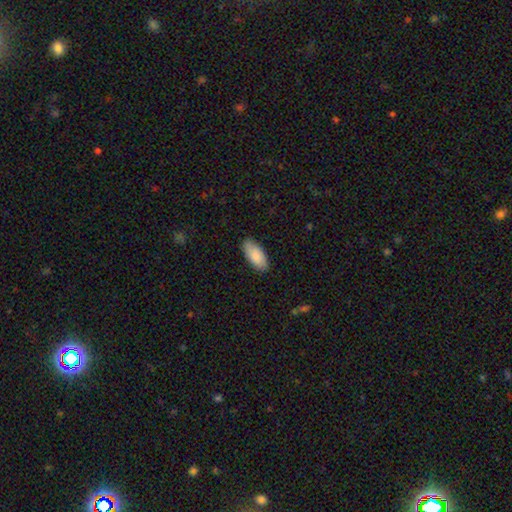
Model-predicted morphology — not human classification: The model was most divided on "merging": none: 86%, minor disturbance: 11%, major disturbance: 2%, merger: 1%. More confident: how rounded — in between (91%); smooth or featured — smooth (87%).